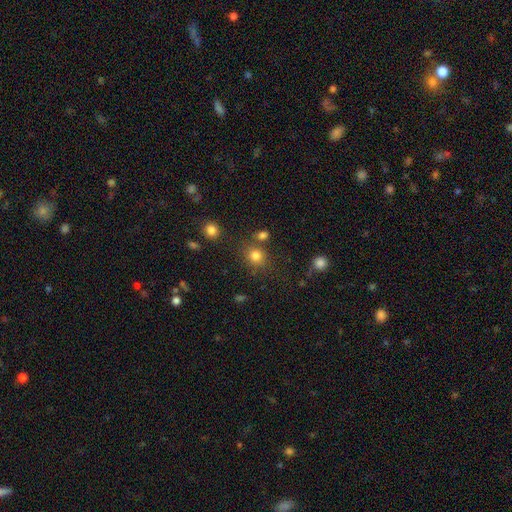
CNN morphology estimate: Smooth or featured? smooth (80%)
How rounded? round (80%)
Merging? none (73%)